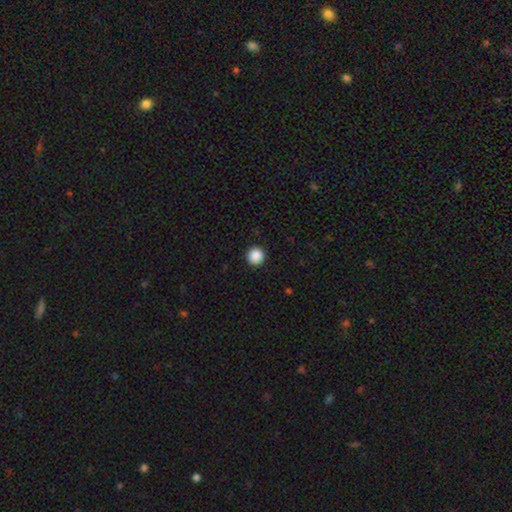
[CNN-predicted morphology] A smooth galaxy with no disk features (89%) that is round (96%).

Vote fractions:
- Smooth or featured? smooth: 89% / star or artifact: 9% / featured or disk: 2%
- How rounded? round: 96% / in between: 3% / cigar-shaped: 1%
- Merging? none: 93% / minor disturbance: 4% / major disturbance: 2% / merger: 1%